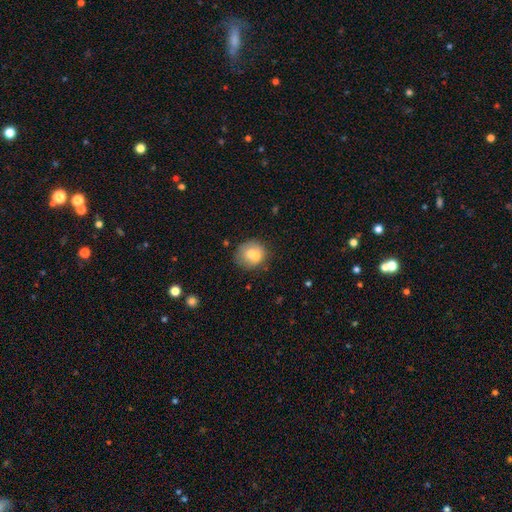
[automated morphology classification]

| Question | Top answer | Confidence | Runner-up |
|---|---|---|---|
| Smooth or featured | smooth | 67% | featured or disk (24%) |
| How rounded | round | 78% | in between (21%) |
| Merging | none | 48% | merger (31%) |